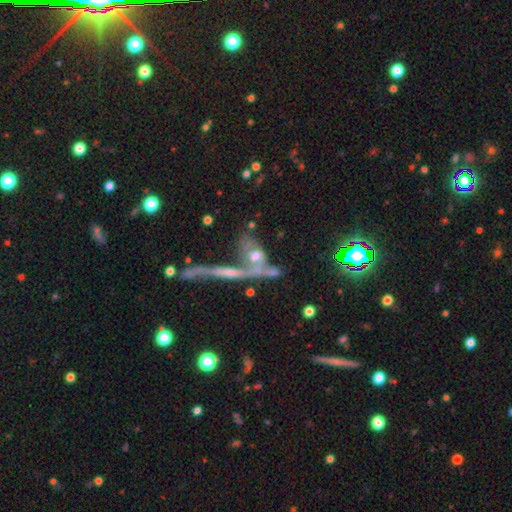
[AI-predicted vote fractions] A featured or disk galaxy (51%).

Vote fractions:
- Smooth or featured? featured or disk: 51% / smooth: 38% / star or artifact: 12%
- Edge-on disk? no: 66% / yes: 34%
- Merging? merger: 53% / none: 22% / major disturbance: 14% / minor disturbance: 11%